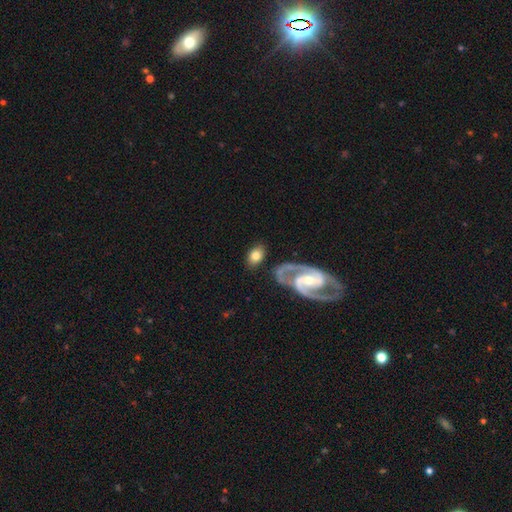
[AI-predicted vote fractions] Smooth or featured?
  - smooth: 64% *
  - featured or disk: 30%
  - star or artifact: 6%
How rounded?
  - in between: 80% *
  - round: 18%
  - cigar-shaped: 2%
Merging?
  - none: 73% *
  - minor disturbance: 14%
  - merger: 7%
  - major disturbance: 7%